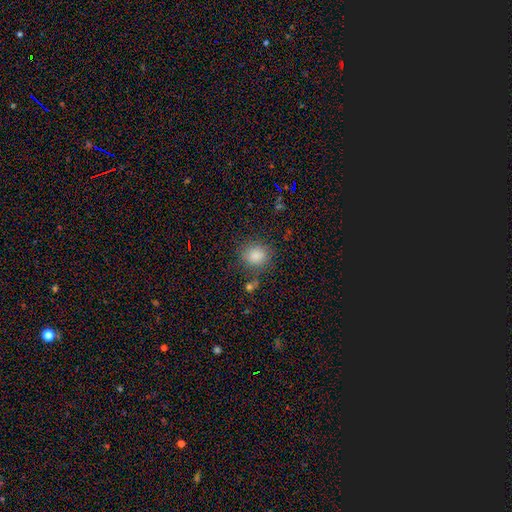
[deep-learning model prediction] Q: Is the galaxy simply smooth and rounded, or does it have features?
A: smooth — 85%.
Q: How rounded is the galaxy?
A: round — 79%.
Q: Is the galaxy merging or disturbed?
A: none — 79%.